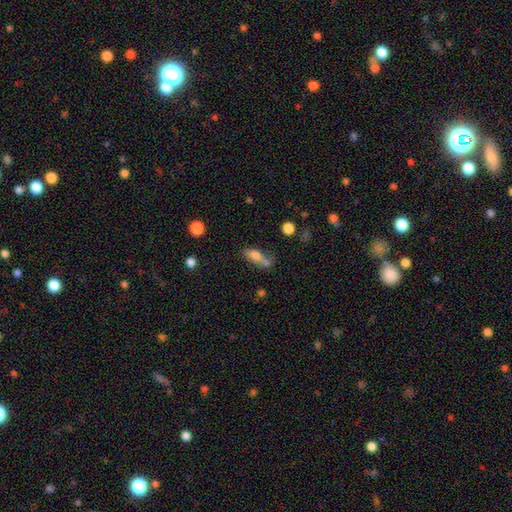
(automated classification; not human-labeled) Q: Smooth or featured?
A: smooth (72%); runner-up: featured or disk (17%)
Q: How rounded?
A: in between (70%); runner-up: cigar-shaped (23%)
Q: Merging?
A: merger (39%); runner-up: none (35%)